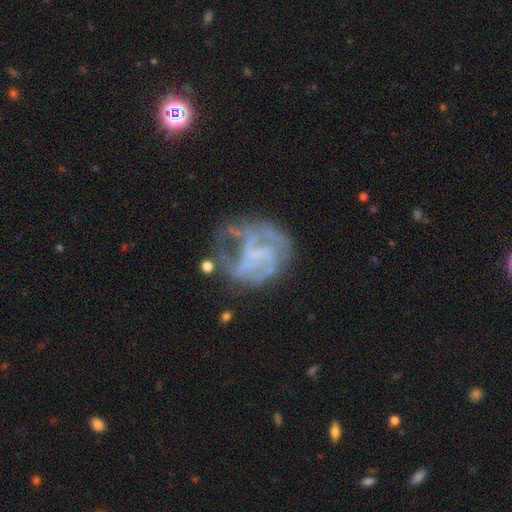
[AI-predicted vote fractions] Morphology: type=featured or disk (73%); edge-on=no (98%); bar=no (54%); spiral arms=yes (62%); bulge=none (65%); merging=none (45%).